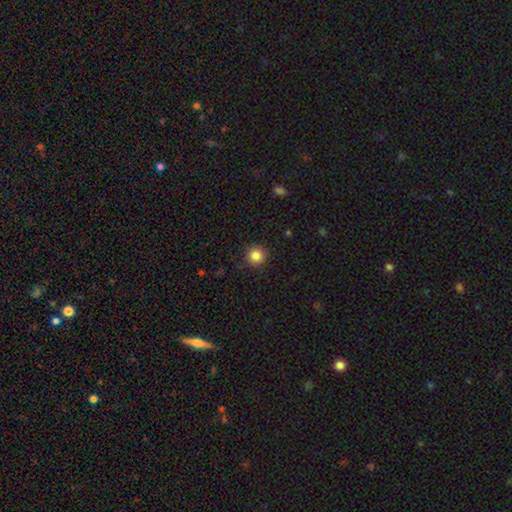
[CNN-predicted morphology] A smooth galaxy with no disk features (85%) that is round (95%). Merging: none (91%).